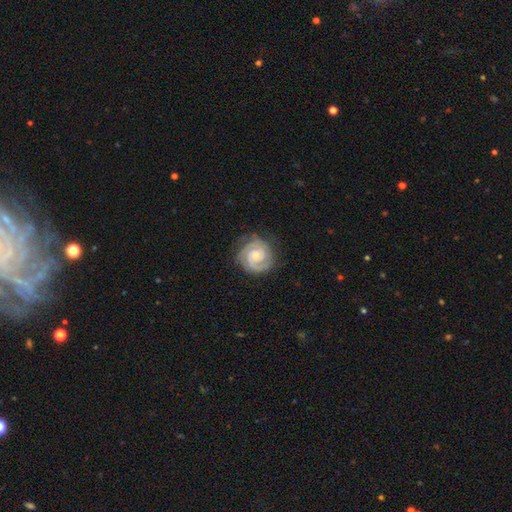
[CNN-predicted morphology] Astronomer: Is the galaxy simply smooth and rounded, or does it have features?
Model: featured or disk — 88%.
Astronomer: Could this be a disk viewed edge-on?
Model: no — 98%.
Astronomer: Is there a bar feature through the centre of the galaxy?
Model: no — 66%.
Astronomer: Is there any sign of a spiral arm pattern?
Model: yes — 98%.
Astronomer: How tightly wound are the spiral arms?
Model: tight — 75%.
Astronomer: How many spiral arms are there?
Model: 2 — 66%.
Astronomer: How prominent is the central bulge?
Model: small — 57% (runner-up: moderate, 35%).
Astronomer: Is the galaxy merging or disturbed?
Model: none — 78%.